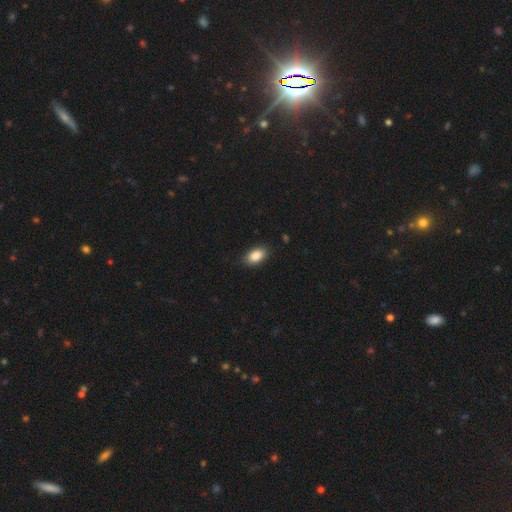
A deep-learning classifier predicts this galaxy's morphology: Smooth or featured?
  - smooth: 87% *
  - star or artifact: 7%
  - featured or disk: 5%
How rounded?
  - in between: 92% *
  - round: 5%
  - cigar-shaped: 2%
Merging?
  - none: 87% *
  - minor disturbance: 10%
  - major disturbance: 2%
  - merger: 1%